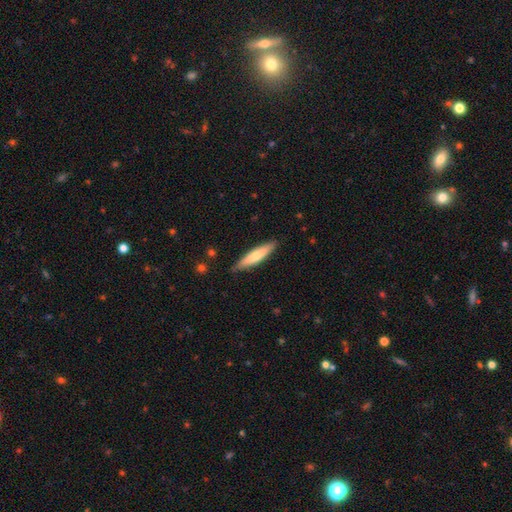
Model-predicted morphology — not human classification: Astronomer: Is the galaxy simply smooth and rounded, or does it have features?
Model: smooth — 67%.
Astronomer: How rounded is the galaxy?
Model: cigar-shaped — 84%.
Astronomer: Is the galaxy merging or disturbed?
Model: none — 87%.